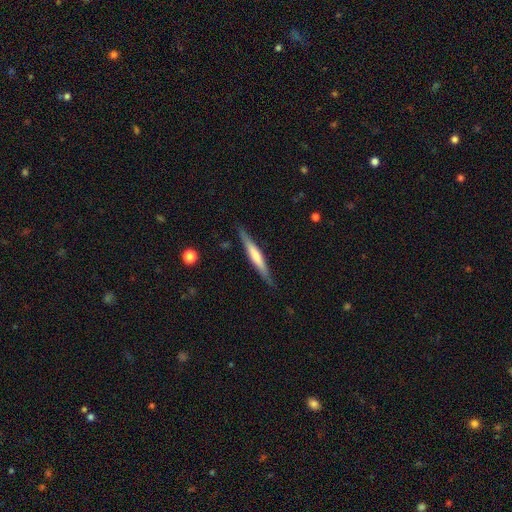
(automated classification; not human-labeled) smooth_or_featured: smooth (p=0.48) [alt: featured or disk p=0.47]
merging: none (p=0.86) [alt: minor disturbance p=0.10]